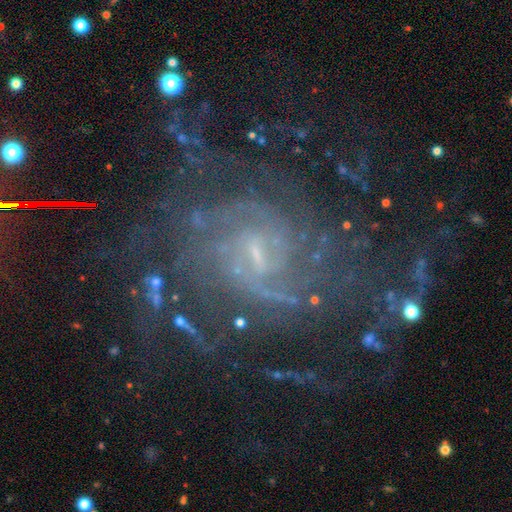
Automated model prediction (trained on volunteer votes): Overall: featured or disk (82%). Edge-on disk: no (97%). Bar: weak (48%; no 37%). Spiral arms: yes (95%). Spiral arm count: can't tell (35%; 2 21%). Spiral winding: tight (52%; medium 37%). Bulge size: small (71%). Merging: none (66%).